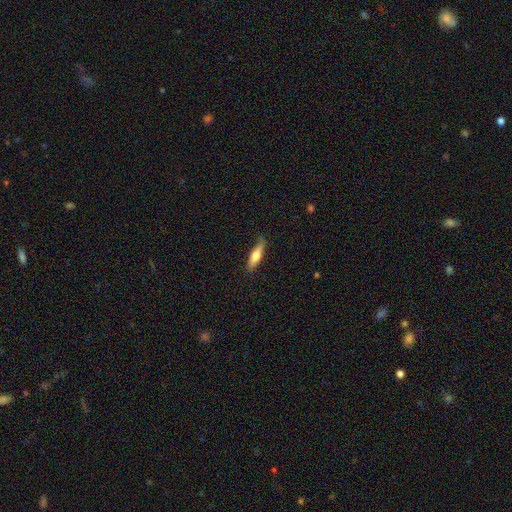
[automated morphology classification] A smooth galaxy with no disk features (63%) that is cigar-shaped (72%). Merging: none (73%).